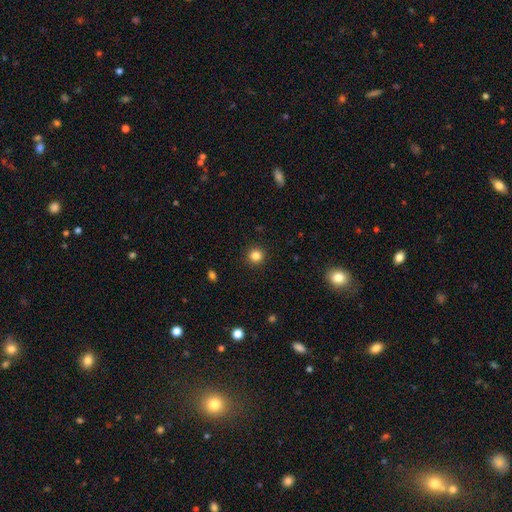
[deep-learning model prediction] Smooth or featured: smooth — 84% (star or artifact — 12%)
How rounded: round — 94% (in between — 5%)
Merging: none — 92% (minor disturbance — 5%)